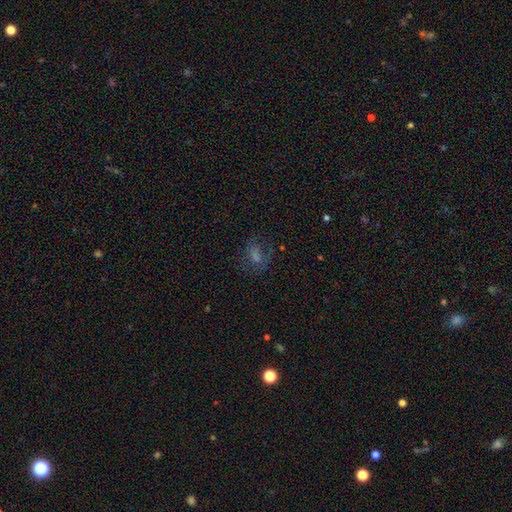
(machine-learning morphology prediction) smooth_or_featured: smooth (p=0.52) [alt: featured or disk p=0.27]
how_rounded: in between (p=0.66) [alt: round p=0.31]
merging: none (p=0.55) [alt: major disturbance p=0.22]